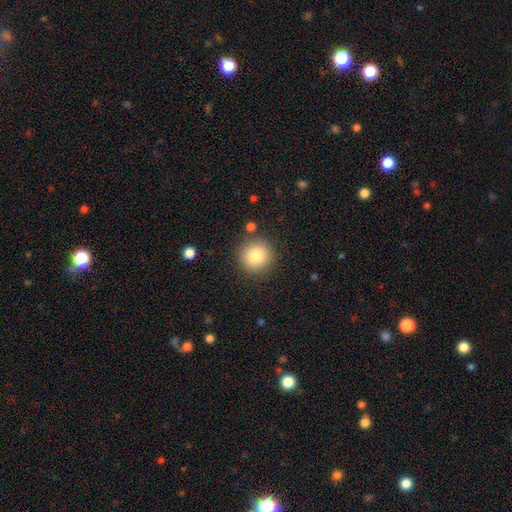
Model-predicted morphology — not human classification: Smooth or featured? Predicted: smooth (p=0.82). How rounded? Predicted: round (p=0.94). Merging? Predicted: none (p=0.87).